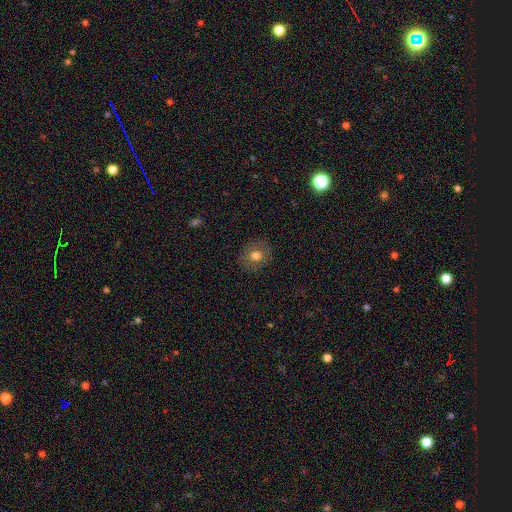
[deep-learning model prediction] Smooth or featured? smooth (70%)
How rounded? round (80%)
Merging? none (86%)